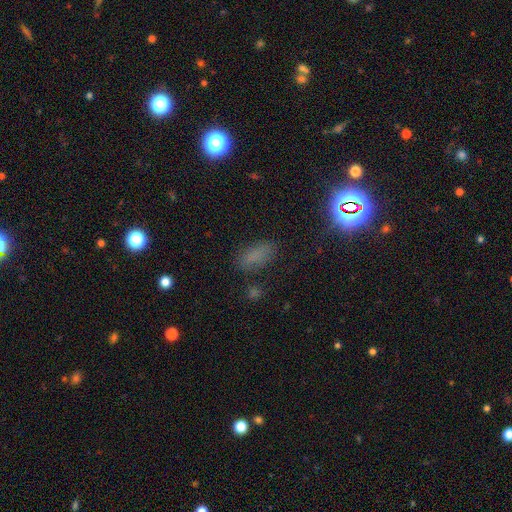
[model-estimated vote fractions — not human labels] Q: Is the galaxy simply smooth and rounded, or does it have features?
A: smooth — 66%.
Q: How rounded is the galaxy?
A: in between — 81%.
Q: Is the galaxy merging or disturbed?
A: none — 76%.